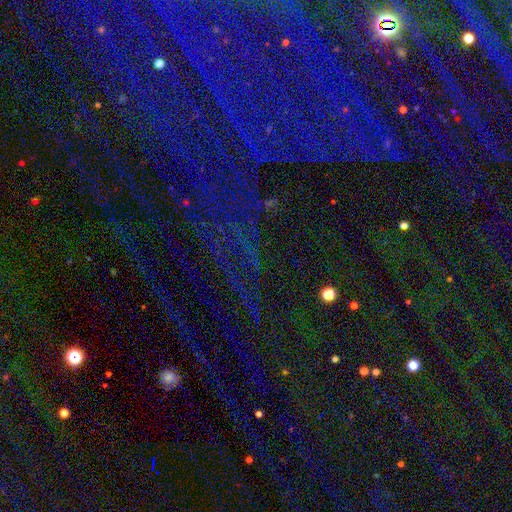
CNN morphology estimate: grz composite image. It shows a star or artifact, not a galaxy (79%).